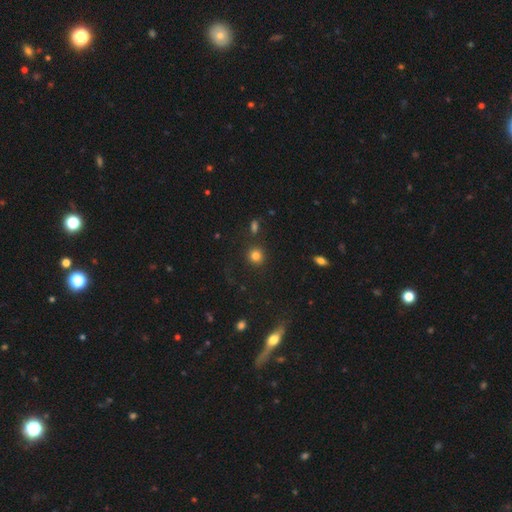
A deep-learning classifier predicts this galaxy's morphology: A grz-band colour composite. It shows a smooth galaxy with no disk features (82%) that is round (90%). Merging: none (87%).